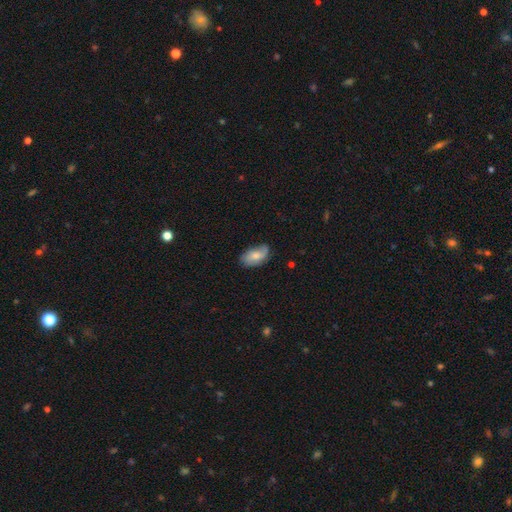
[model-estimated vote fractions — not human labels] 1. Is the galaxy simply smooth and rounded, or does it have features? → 54% smooth, 39% featured or disk, 7% star or artifact.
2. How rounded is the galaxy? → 92% in between, 5% round, 3% cigar-shaped.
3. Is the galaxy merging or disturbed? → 64% none, 27% minor disturbance, 8% major disturbance, 2% merger.